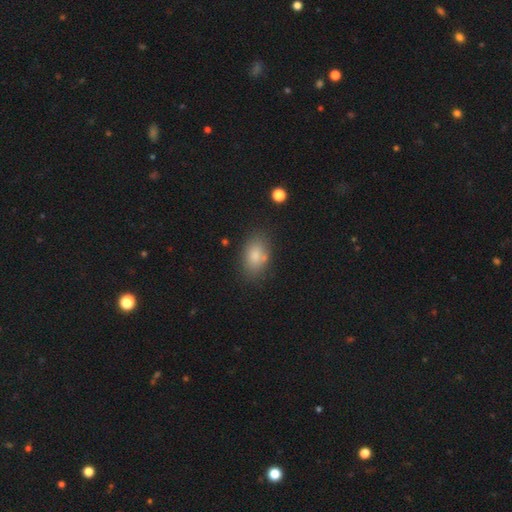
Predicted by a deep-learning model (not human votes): A smooth galaxy with no disk features (80%) that is in between round and cigar-shaped (86%).

Vote fractions:
- Smooth or featured? smooth: 80% / featured or disk: 10% / star or artifact: 9%
- How rounded? in between: 86% / round: 12% / cigar-shaped: 2%
- Merging? none: 71% / minor disturbance: 17% / merger: 7% / major disturbance: 5%